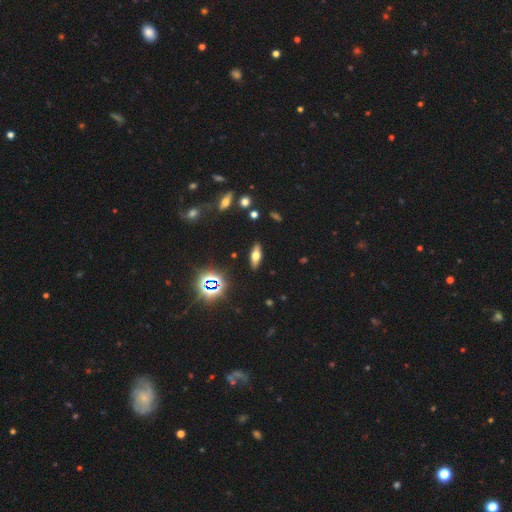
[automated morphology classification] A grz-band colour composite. It shows a smooth galaxy with no disk features (46%). Merging: none (88%).